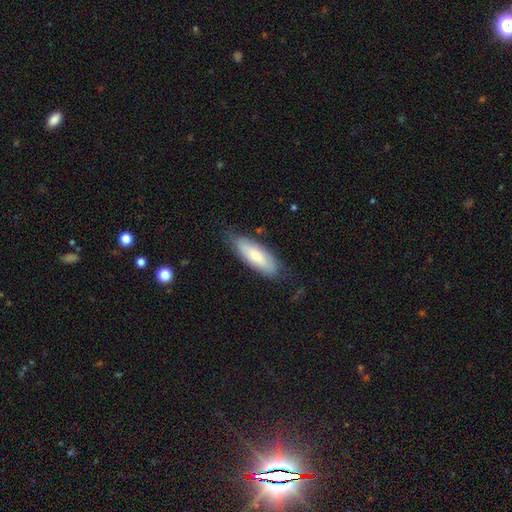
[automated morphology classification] This appears to be a smooth galaxy with no disk features (69%) that is in between round and cigar-shaped (63%). Merging: none (74%).